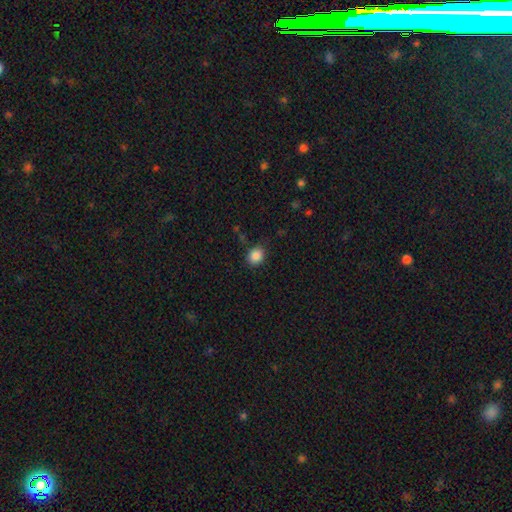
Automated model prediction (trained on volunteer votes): Smooth or featured: smooth — 86% (star or artifact — 10%)
How rounded: round — 64% (in between — 35%)
Merging: none — 83% (minor disturbance — 12%)